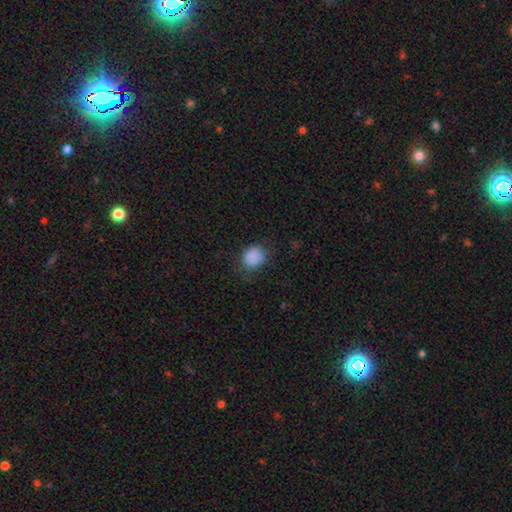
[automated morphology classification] The model was most divided on "how rounded": round: 65%, in between: 34%, cigar-shaped: 1%. More confident: smooth or featured — smooth (85%); merging — none (72%).